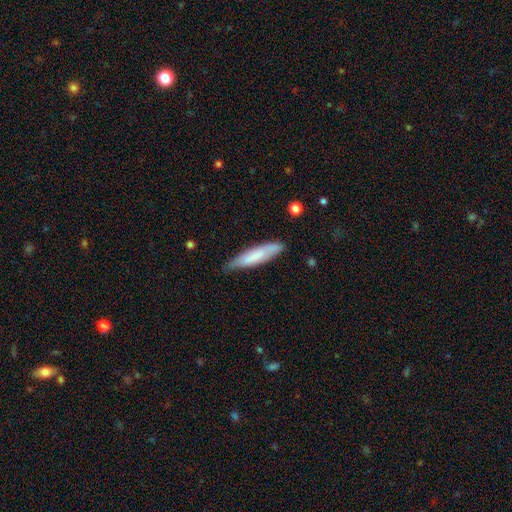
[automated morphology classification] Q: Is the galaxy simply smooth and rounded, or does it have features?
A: smooth — 69%.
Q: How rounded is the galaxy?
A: cigar-shaped — 76%.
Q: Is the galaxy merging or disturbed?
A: none — 69%.